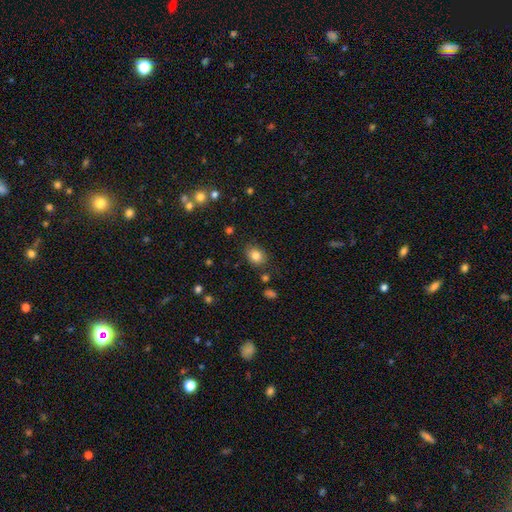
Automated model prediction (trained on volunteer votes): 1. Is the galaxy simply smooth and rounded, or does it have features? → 82% smooth, 10% star or artifact, 7% featured or disk.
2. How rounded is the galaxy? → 59% in between, 40% round, 1% cigar-shaped.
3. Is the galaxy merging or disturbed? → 82% none, 12% minor disturbance, 3% major disturbance, 3% merger.